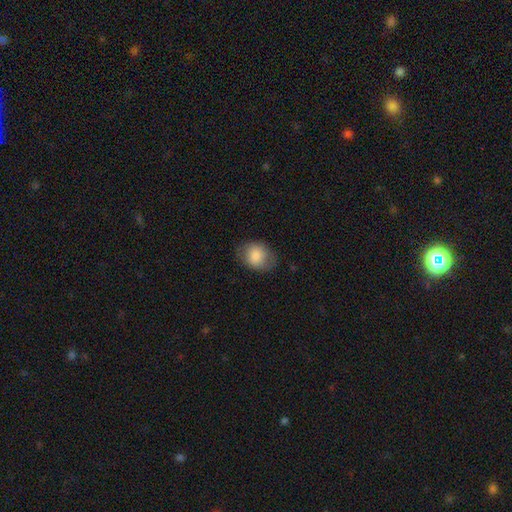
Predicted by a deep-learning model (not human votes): Q: Smooth or featured?
A: smooth (82%); runner-up: featured or disk (10%)
Q: How rounded?
A: in between (52%); runner-up: round (47%)
Q: Merging?
A: none (73%); runner-up: minor disturbance (20%)